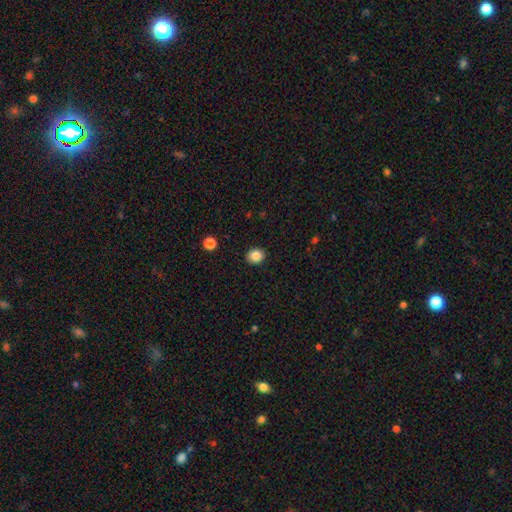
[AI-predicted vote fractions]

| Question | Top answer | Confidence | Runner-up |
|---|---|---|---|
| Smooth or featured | smooth | 86% | star or artifact (10%) |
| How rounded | round | 65% | in between (34%) |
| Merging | none | 90% | minor disturbance (7%) |